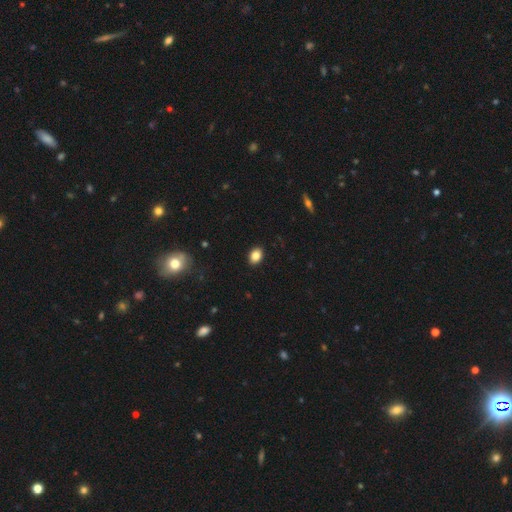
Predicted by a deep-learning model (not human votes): Overall: smooth (85%). How rounded: in between (71%). Merging: none (90%).